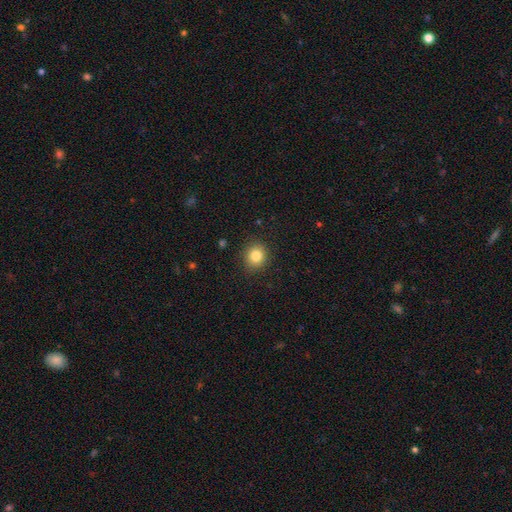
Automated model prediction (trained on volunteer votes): Smooth or featured? Predicted: smooth (p=0.83). How rounded? Predicted: round (p=0.78). Merging? Predicted: none (p=0.89).